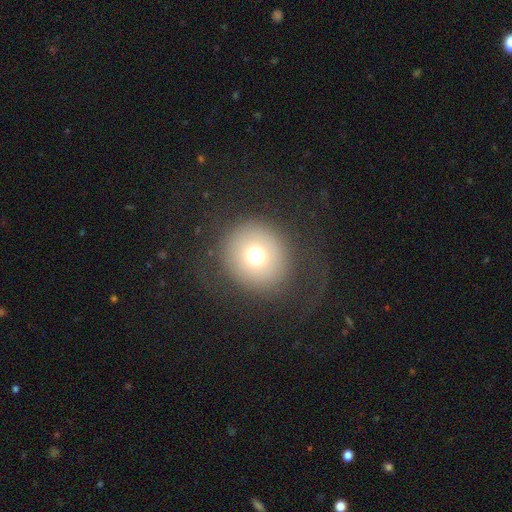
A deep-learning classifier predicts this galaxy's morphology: smooth-or-featured: smooth: 69% | featured or disk: 17% | star or artifact: 14%
  how-rounded: round: 92% | in between: 7% | cigar-shaped: 1%
  merging: none: 73% | major disturbance: 15% | minor disturbance: 11% | merger: 1%